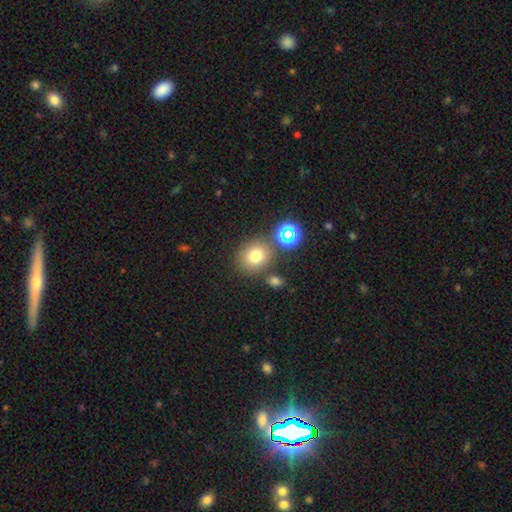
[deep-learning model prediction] A smooth galaxy with no disk features (74%) that is round (76%). Merging: none (76%).